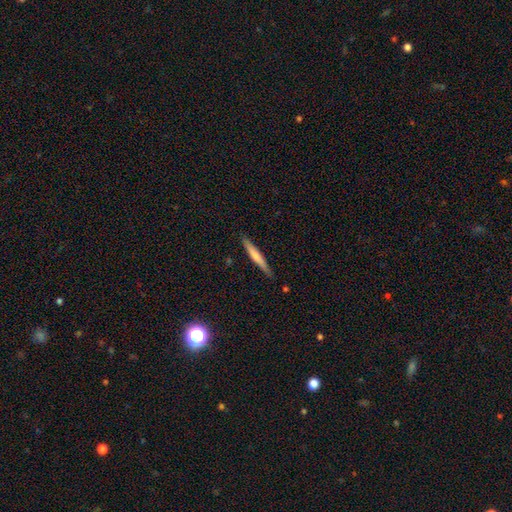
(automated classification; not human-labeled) smooth-or-featured: smooth: 62% | featured or disk: 32% | star or artifact: 5%
  how-rounded: cigar-shaped: 95% | in between: 4% | round: 1%
  merging: none: 87% | minor disturbance: 10% | major disturbance: 2% | merger: 1%